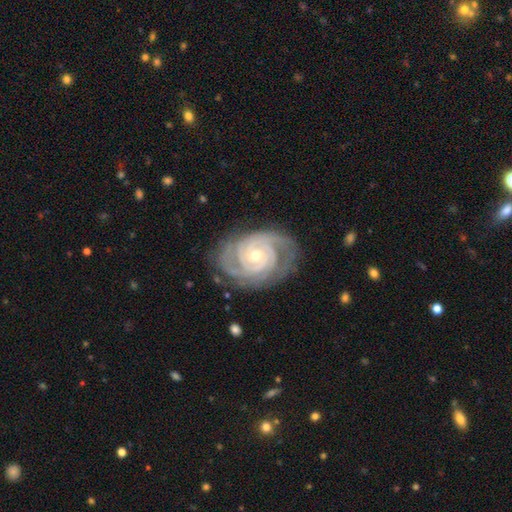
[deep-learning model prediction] Overall: featured or disk (92%). Edge-on disk: no (97%). Bar: no (69%). Spiral arms: yes (98%). Spiral arm count: 2 (34%; 3 32%). Spiral winding: tight (77%). Bulge size: small (55%; moderate 42%). Merging: none (77%).